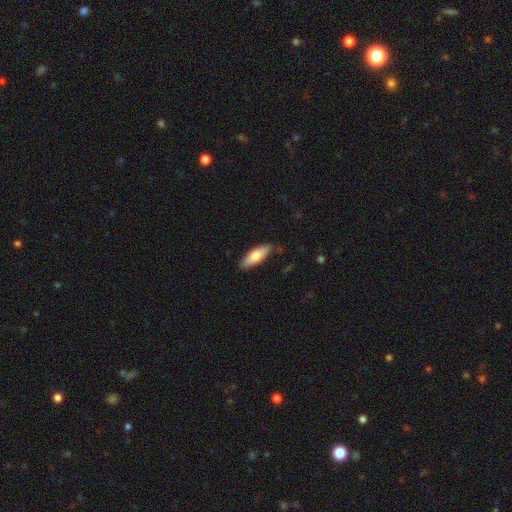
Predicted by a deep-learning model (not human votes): Smooth or featured? smooth (74%)
How rounded? in between (60%)
Merging? none (83%)